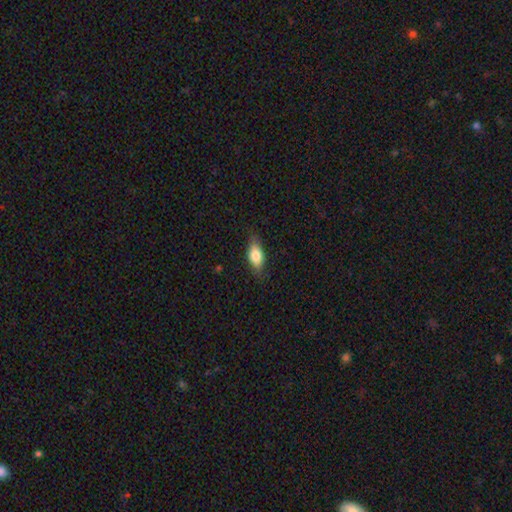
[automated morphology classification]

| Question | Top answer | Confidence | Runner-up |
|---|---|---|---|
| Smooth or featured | smooth | 76% | featured or disk (17%) |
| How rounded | in between | 82% | cigar-shaped (13%) |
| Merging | none | 81% | minor disturbance (15%) |